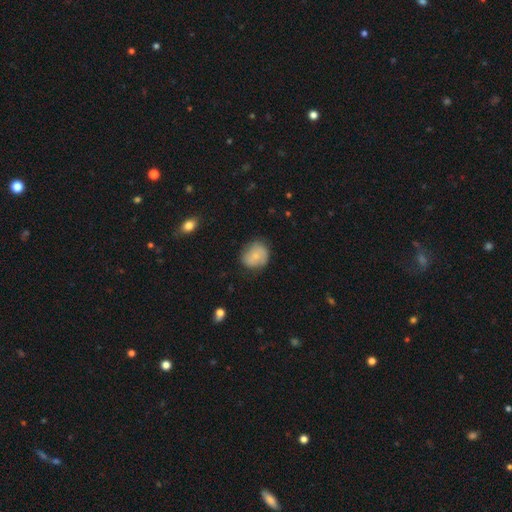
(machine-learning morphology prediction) Q: Smooth or featured?
A: smooth (70%); runner-up: featured or disk (22%)
Q: How rounded?
A: round (71%); runner-up: in between (28%)
Q: Merging?
A: none (70%); runner-up: minor disturbance (23%)